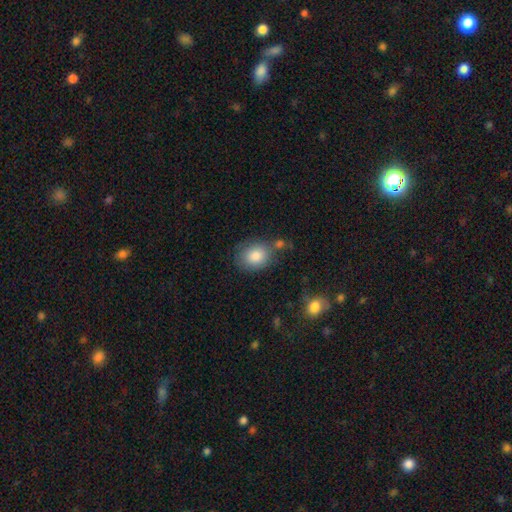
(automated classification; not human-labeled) smooth_or_featured: smooth (p=0.85) [alt: featured or disk p=0.08]
how_rounded: in between (p=0.56) [alt: round p=0.42]
merging: none (p=0.64) [alt: minor disturbance p=0.19]